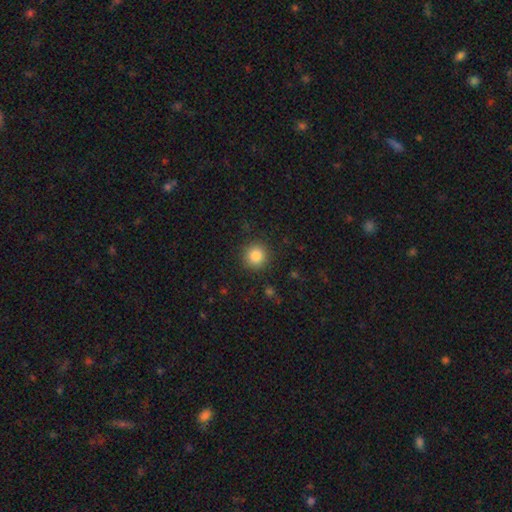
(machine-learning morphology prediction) Overall: smooth (85%). How rounded: round (93%). Merging: none (91%).